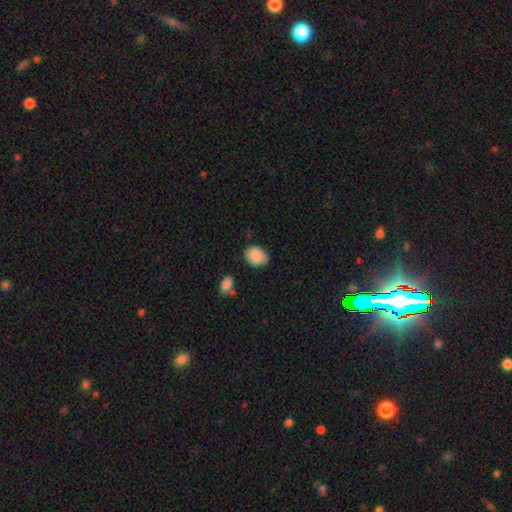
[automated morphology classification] The model was most divided on "how rounded": in between: 65%, round: 34%, cigar-shaped: 1%. More confident: smooth or featured — smooth (87%); merging — none (77%).